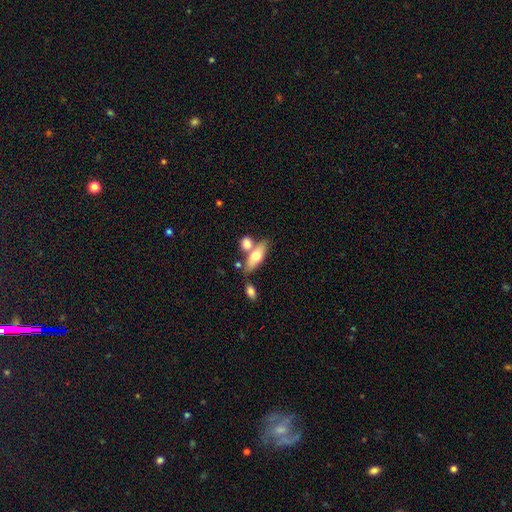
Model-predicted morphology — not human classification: Smooth or featured? smooth (63%)
How rounded? in between (67%)
Merging? none (55%)